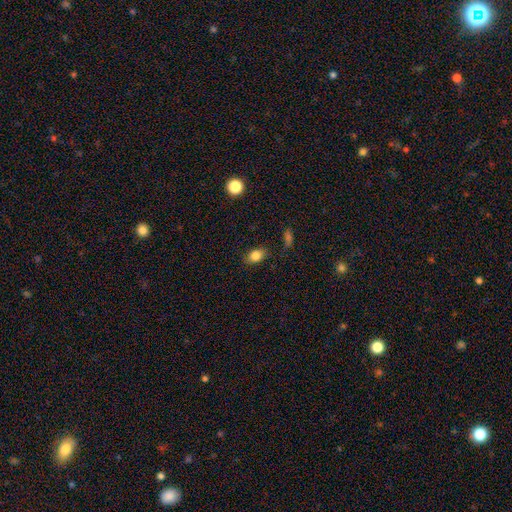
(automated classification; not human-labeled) smooth-or-featured: smooth: 83% | star or artifact: 10% | featured or disk: 7%
  how-rounded: in between: 79% | round: 20% | cigar-shaped: 2%
  merging: none: 81% | minor disturbance: 14% | major disturbance: 3% | merger: 2%